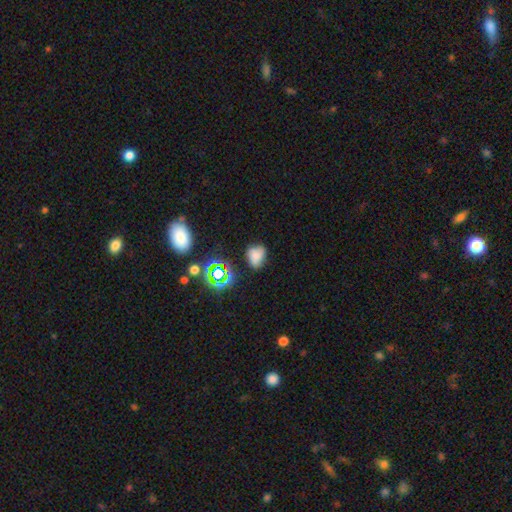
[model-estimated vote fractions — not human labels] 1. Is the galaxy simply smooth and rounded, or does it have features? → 68% smooth, 20% star or artifact, 11% featured or disk.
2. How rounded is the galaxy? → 57% in between, 41% round, 1% cigar-shaped.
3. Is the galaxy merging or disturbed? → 60% none, 27% minor disturbance, 9% major disturbance, 4% merger.